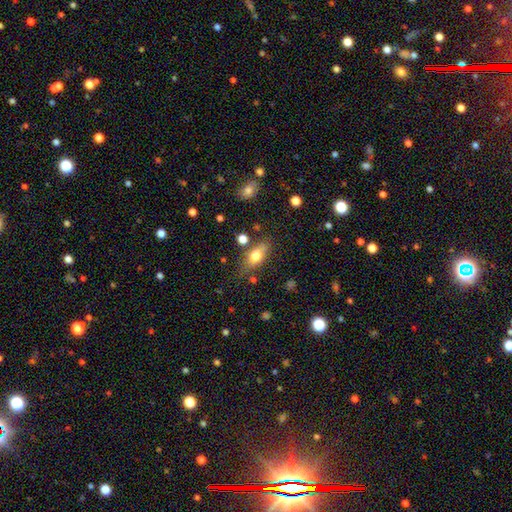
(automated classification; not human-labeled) smooth-or-featured: smooth: 73% | featured or disk: 19% | star or artifact: 8%
  how-rounded: in between: 81% | cigar-shaped: 11% | round: 8%
  merging: none: 69% | minor disturbance: 19% | merger: 7% | major disturbance: 5%